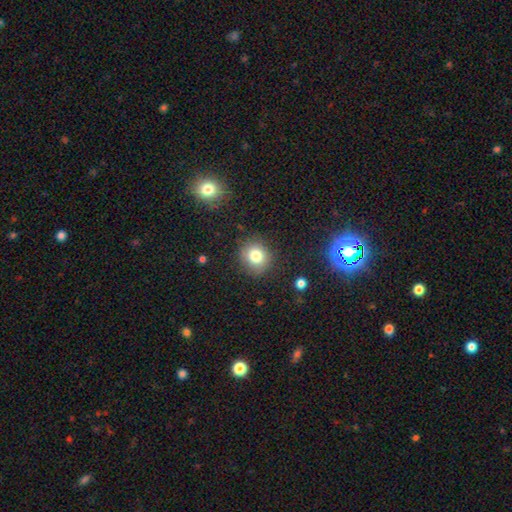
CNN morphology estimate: Q: Smooth or featured?
A: smooth (79%); runner-up: star or artifact (12%)
Q: How rounded?
A: round (82%); runner-up: in between (18%)
Q: Merging?
A: none (86%); runner-up: minor disturbance (10%)